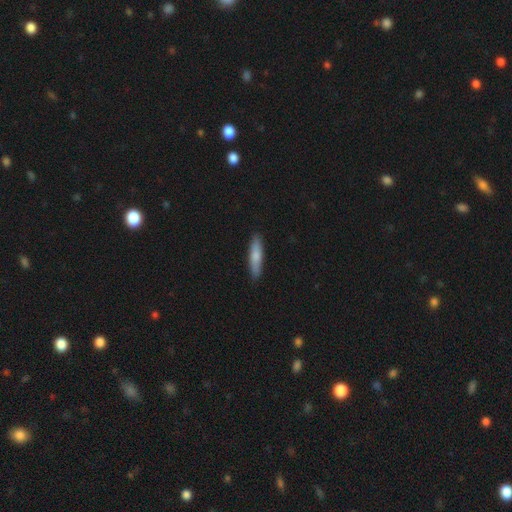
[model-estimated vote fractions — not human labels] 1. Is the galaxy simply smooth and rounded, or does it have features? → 75% smooth, 19% featured or disk, 5% star or artifact.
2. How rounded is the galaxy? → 81% cigar-shaped, 17% in between, 1% round.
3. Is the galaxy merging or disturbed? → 89% none, 8% minor disturbance, 2% major disturbance, 1% merger.